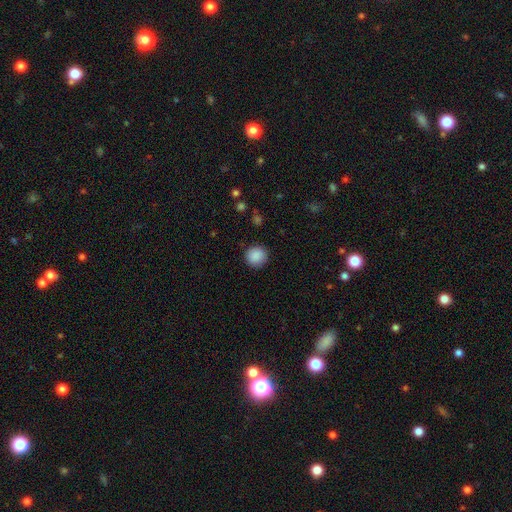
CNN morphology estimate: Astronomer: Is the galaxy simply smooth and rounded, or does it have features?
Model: smooth — 89%.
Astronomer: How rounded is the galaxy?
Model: round — 92%.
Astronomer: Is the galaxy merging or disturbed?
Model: none — 89%.